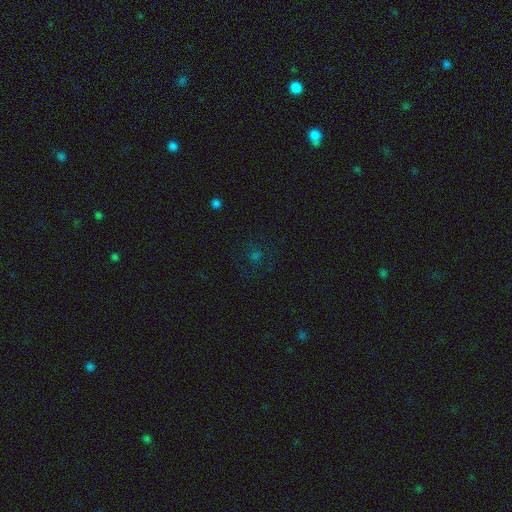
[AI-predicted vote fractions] smooth-or-featured: star or artifact: 46% | smooth: 40% | featured or disk: 14%